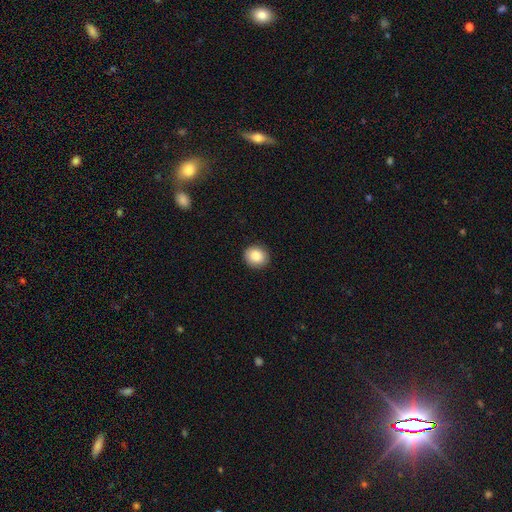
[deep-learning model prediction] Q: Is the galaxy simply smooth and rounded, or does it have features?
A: smooth — 86%.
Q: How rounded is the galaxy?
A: round — 81%.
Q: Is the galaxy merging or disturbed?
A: none — 91%.